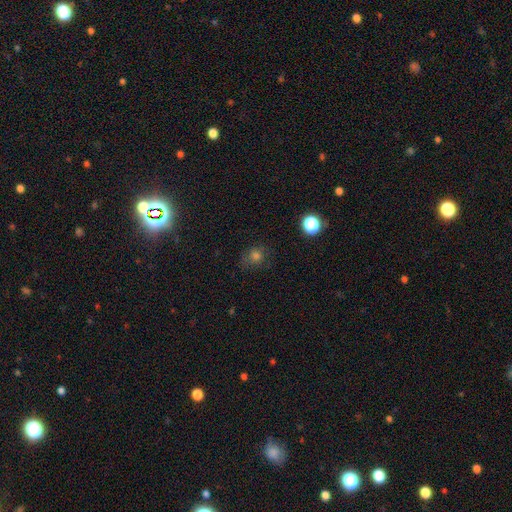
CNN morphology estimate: smooth_or_featured: smooth (p=0.61) [alt: star or artifact p=0.28]
how_rounded: round (p=0.77) [alt: in between p=0.22]
merging: none (p=0.73) [alt: minor disturbance p=0.18]